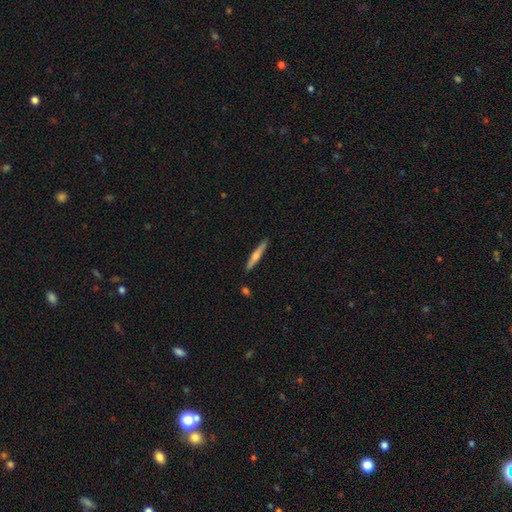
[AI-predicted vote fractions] Smooth or featured?
  - smooth: 48% *
  - featured or disk: 46%
  - star or artifact: 6%
Merging?
  - none: 89% *
  - minor disturbance: 8%
  - merger: 2%
  - major disturbance: 1%